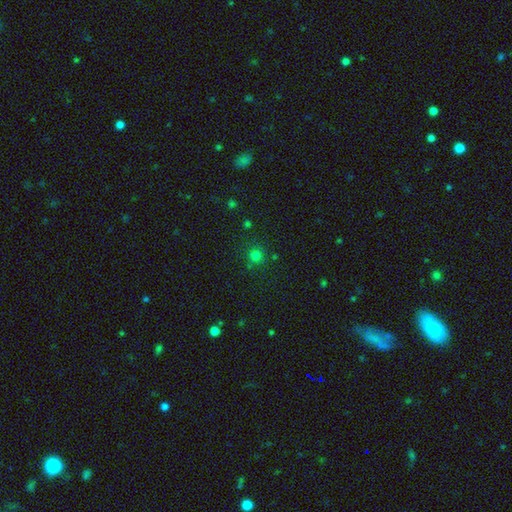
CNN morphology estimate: smooth_or_featured: smooth (p=0.75) [alt: star or artifact p=0.20]
how_rounded: round (p=0.93) [alt: in between p=0.06]
merging: none (p=0.82) [alt: minor disturbance p=0.10]